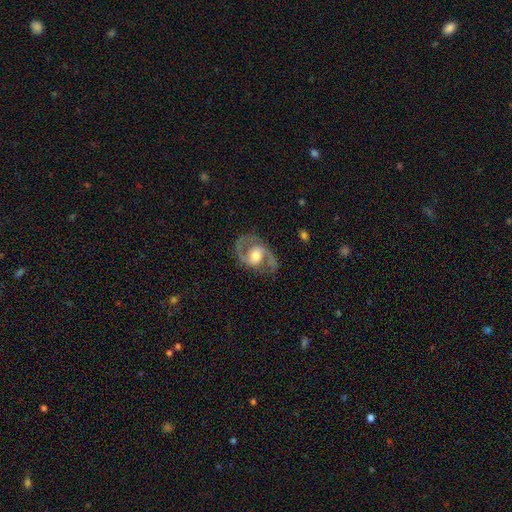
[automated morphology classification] Overall: featured or disk (84%). Edge-on disk: no (97%). Bar: no (47%; weak 39%). Spiral arms: yes (91%). Spiral arm count: 2 (91%). Spiral winding: medium (58%; loose 25%). Bulge size: moderate (67%). Merging: none (77%).